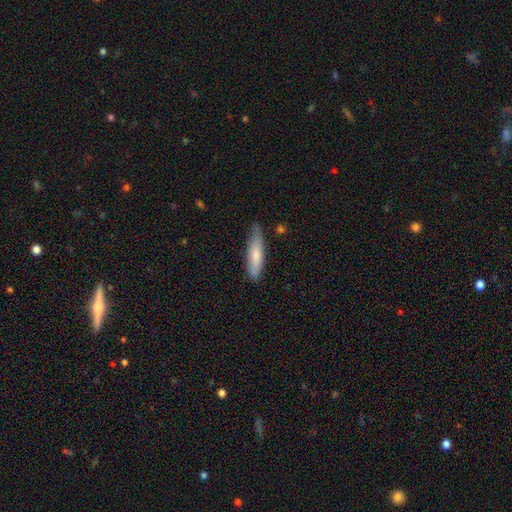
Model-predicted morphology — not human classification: Smooth or featured? Predicted: smooth (p=0.73). How rounded? Predicted: cigar-shaped (p=0.73). Merging? Predicted: none (p=0.68).